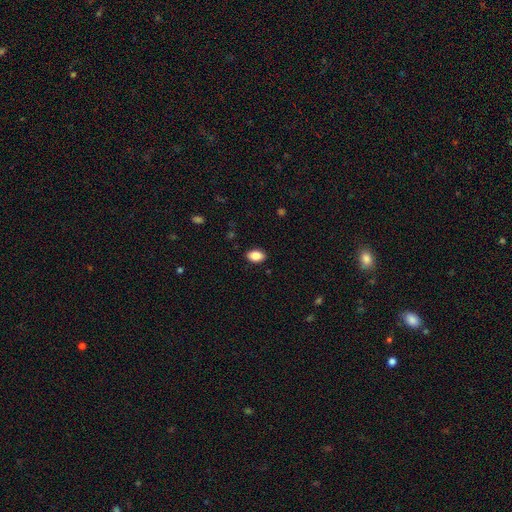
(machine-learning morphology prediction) A smooth galaxy with no disk features (87%) that is in between round and cigar-shaped (87%). Merging: none (89%).